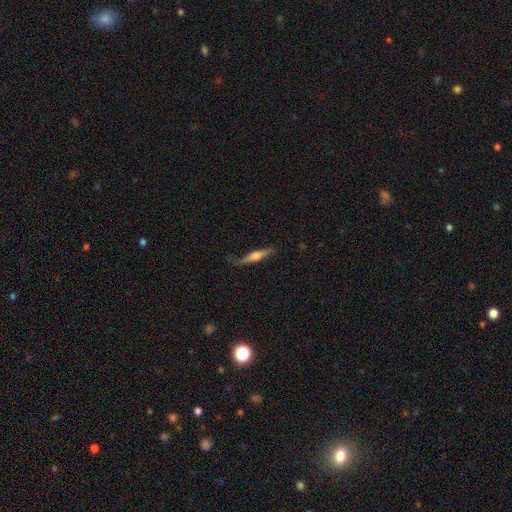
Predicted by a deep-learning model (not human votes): smooth_or_featured: featured or disk (p=0.56) [alt: smooth p=0.39]
disk_edge_on: yes (p=0.93) [alt: no p=0.07]
edge_on_bulge: rounded (p=0.80) [alt: boxy p=0.12]
merging: none (p=0.68) [alt: minor disturbance p=0.24]